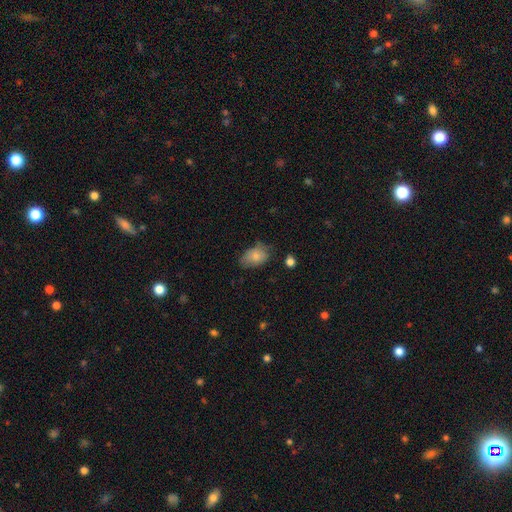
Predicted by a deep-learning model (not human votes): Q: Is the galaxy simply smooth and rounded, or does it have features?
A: smooth — 79%.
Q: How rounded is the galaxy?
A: in between — 87%.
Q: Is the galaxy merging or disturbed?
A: none — 57%.